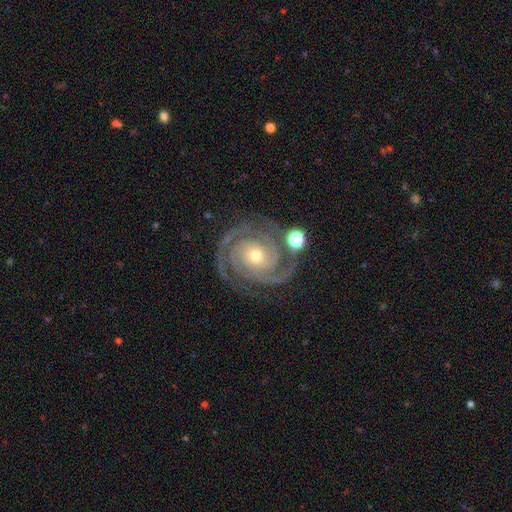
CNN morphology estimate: Smooth or featured? featured or disk (92%)
Edge-on disk? no (98%)
Bar? no (72%)
Spiral arms? yes (99%)
Spiral winding? tight (76%)
Spiral arm count? 2 (54%)
Bulge size? small (51%)
Merging? none (80%)